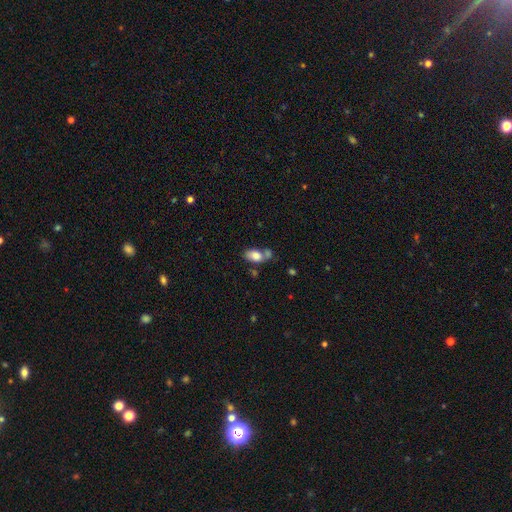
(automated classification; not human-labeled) Smooth or featured?
  - smooth: 80% *
  - featured or disk: 12%
  - star or artifact: 8%
How rounded?
  - in between: 91% *
  - round: 7%
  - cigar-shaped: 2%
Merging?
  - none: 43% *
  - merger: 33%
  - minor disturbance: 16%
  - major disturbance: 7%